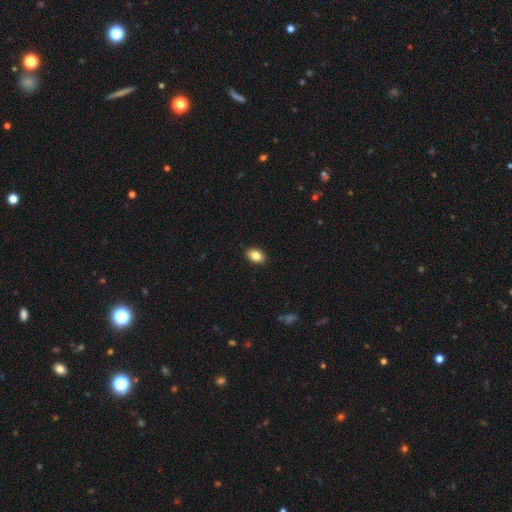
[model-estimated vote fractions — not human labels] smooth_or_featured: smooth (p=0.84) [alt: star or artifact p=0.08]
how_rounded: in between (p=0.86) [alt: round p=0.13]
merging: none (p=0.89) [alt: minor disturbance p=0.08]